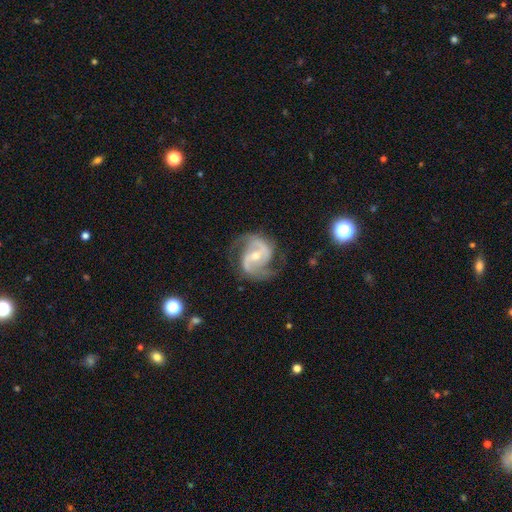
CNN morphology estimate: Smooth or featured? featured or disk (90%)
Edge-on disk? no (98%)
Bar? weak (44%)
Spiral arms? yes (97%)
Spiral winding? medium (57%)
Spiral arm count? 2 (89%)
Bulge size? small (49%)
Merging? none (73%)